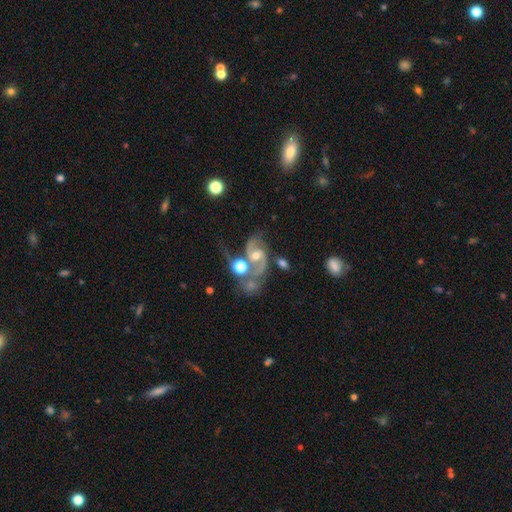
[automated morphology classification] Q: Smooth or featured?
A: featured or disk (86%); runner-up: star or artifact (7%)
Q: Edge-on disk?
A: no (97%); runner-up: yes (3%)
Q: Bar?
A: no (53%); runner-up: weak (35%)
Q: Spiral arms?
A: yes (96%); runner-up: no (4%)
Q: Spiral winding?
A: medium (52%); runner-up: loose (31%)
Q: Spiral arm count?
A: 2 (88%); runner-up: 1 (4%)
Q: Bulge size?
A: moderate (62%); runner-up: small (31%)
Q: Merging?
A: none (40%); runner-up: merger (25%)